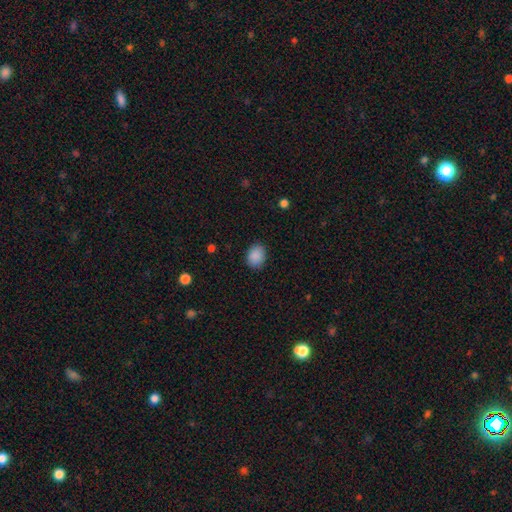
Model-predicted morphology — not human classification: smooth-or-featured: smooth: 89% | star or artifact: 8% | featured or disk: 3%
  how-rounded: in between: 55% | round: 45% | cigar-shaped: 1%
  merging: none: 86% | minor disturbance: 10% | major disturbance: 3% | merger: 1%